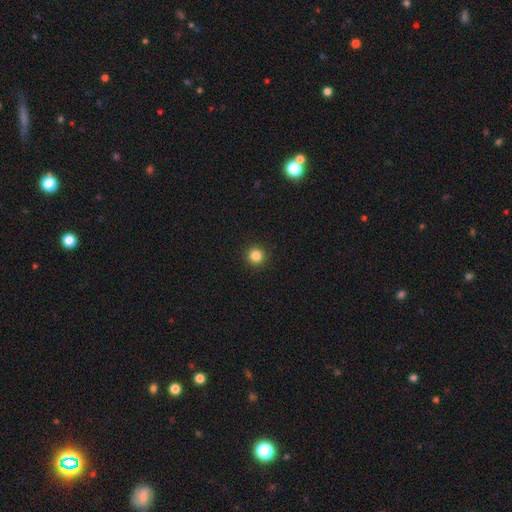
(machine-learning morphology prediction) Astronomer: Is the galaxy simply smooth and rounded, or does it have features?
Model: smooth — 85%.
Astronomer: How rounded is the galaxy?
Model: round — 96%.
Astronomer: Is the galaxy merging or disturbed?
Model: none — 93%.